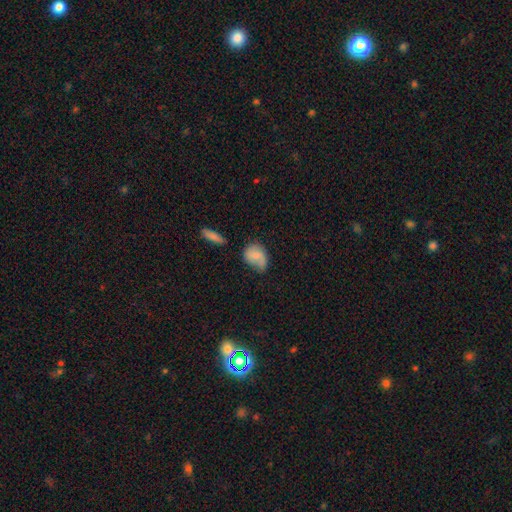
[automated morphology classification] smooth-or-featured: smooth: 74% | featured or disk: 18% | star or artifact: 8%
  how-rounded: in between: 67% | round: 31% | cigar-shaped: 2%
  merging: none: 48% | minor disturbance: 37% | major disturbance: 10% | merger: 5%